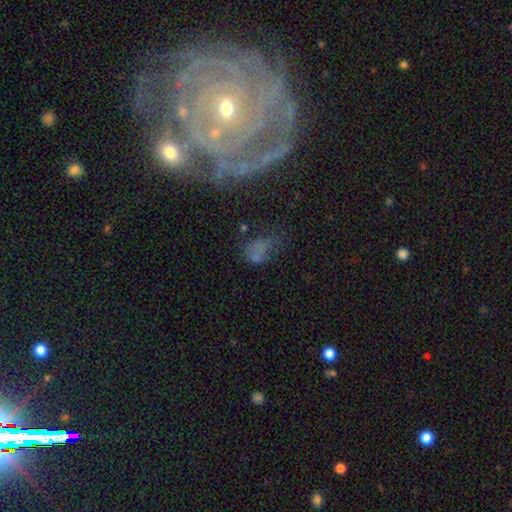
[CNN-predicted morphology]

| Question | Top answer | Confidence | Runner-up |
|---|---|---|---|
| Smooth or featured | smooth | 44% | featured or disk (29%) |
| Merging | none | 40% | major disturbance (24%) |